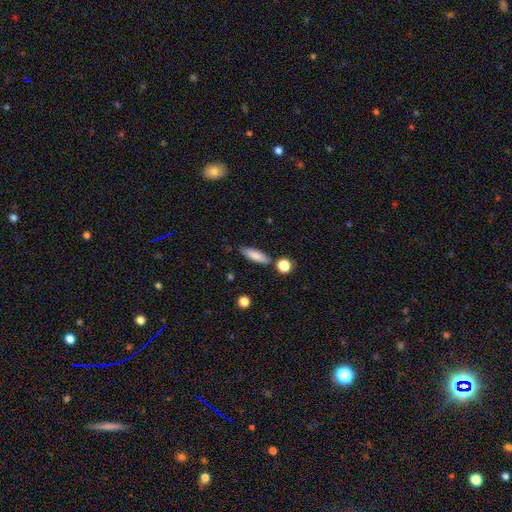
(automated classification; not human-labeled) Smooth or featured: smooth — 83% (featured or disk — 10%)
How rounded: in between — 50% (cigar-shaped — 47%)
Merging: none — 77% (minor disturbance — 14%)